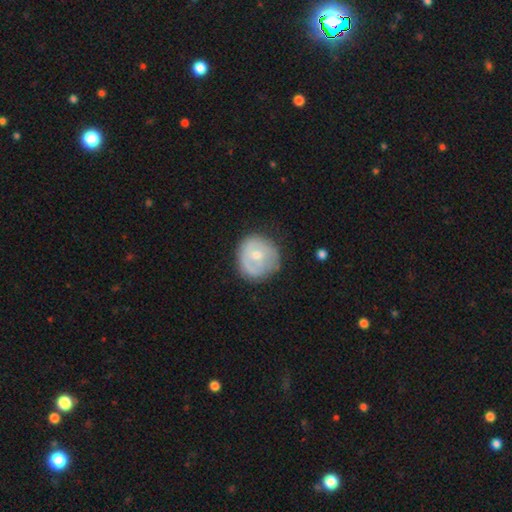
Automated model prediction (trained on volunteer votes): The model was most divided on "smooth or featured": smooth: 52%, featured or disk: 42%, star or artifact: 6%. More confident: how rounded — round (89%); merging — none (68%).